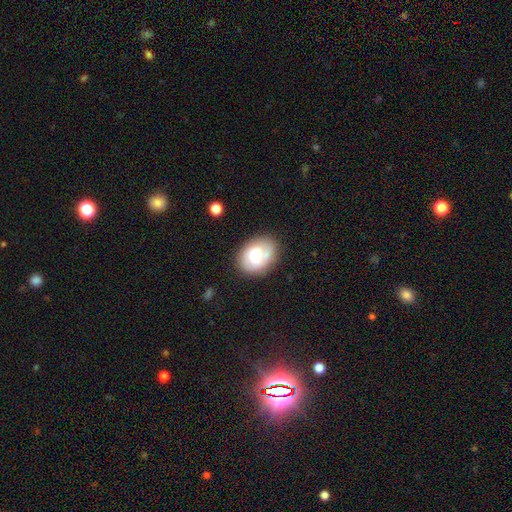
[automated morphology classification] Smooth or featured? smooth (60%)
How rounded? in between (65%)
Merging? none (68%)